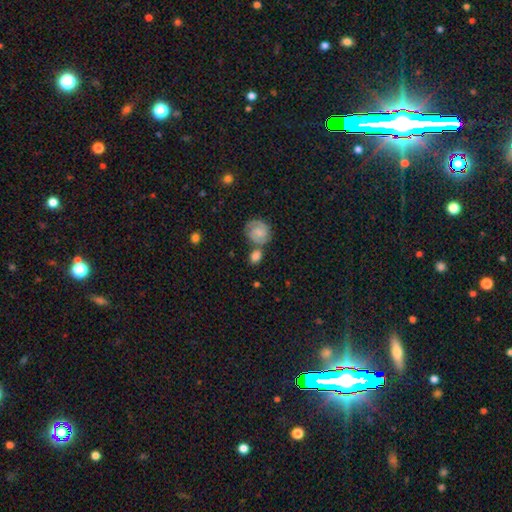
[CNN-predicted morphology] Smooth or featured? smooth (58%)
How rounded? round (50%)
Merging? none (54%)